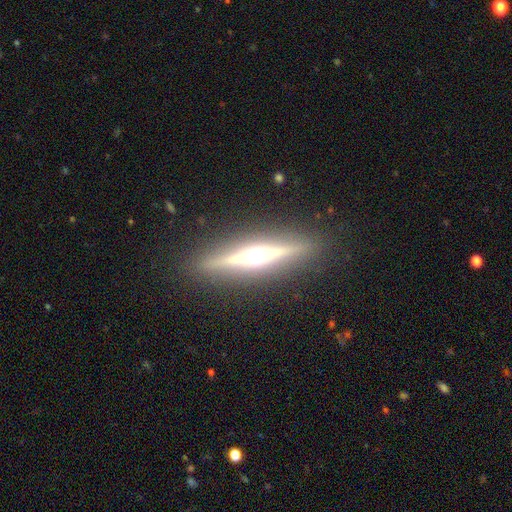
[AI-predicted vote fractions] Q: Smooth or featured?
A: featured or disk (80%); runner-up: smooth (14%)
Q: Edge-on disk?
A: yes (97%); runner-up: no (3%)
Q: Edge-on bulge?
A: rounded (94%); runner-up: boxy (3%)
Q: Merging?
A: none (90%); runner-up: minor disturbance (7%)